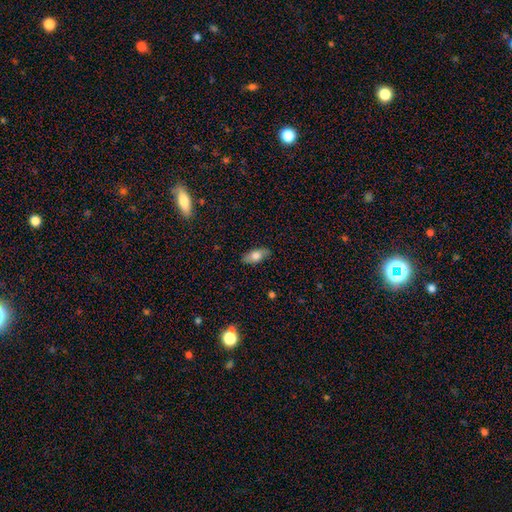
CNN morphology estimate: smooth 73%, featured or disk 20%, star or artifact 7%. Down the decision tree: how rounded — in between (84%); merging — none (84%).